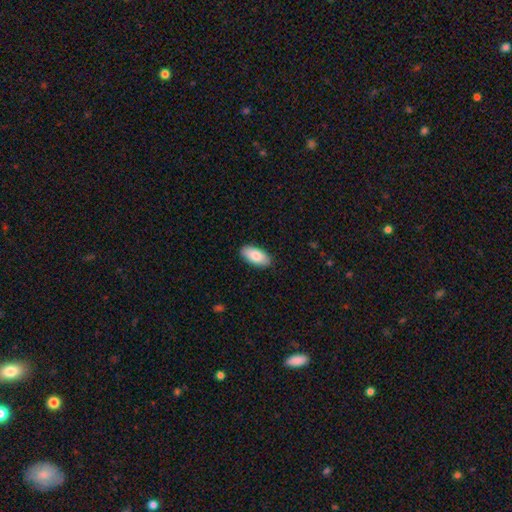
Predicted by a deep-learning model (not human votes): A smooth galaxy with no disk features (85%) that is in between round and cigar-shaped (92%).

Vote fractions:
- Smooth or featured? smooth: 85% / featured or disk: 9% / star or artifact: 6%
- How rounded? in between: 92% / cigar-shaped: 6% / round: 2%
- Merging? none: 88% / minor disturbance: 9% / major disturbance: 2% / merger: 1%